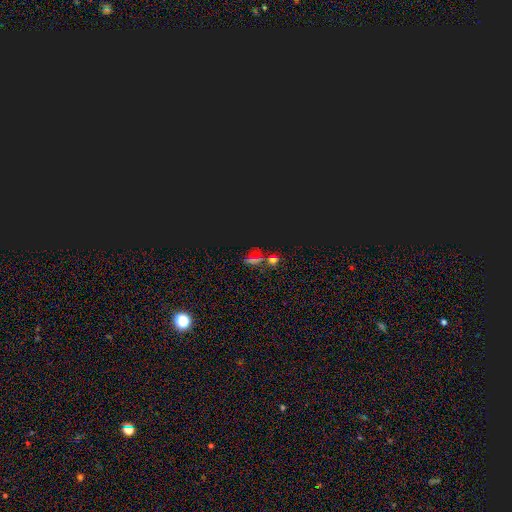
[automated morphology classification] type=star or artifact (63%).